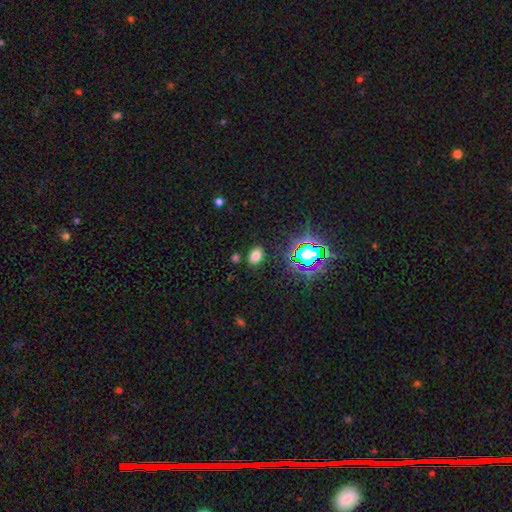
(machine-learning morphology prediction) Smooth or featured: smooth — 72% (star or artifact — 22%)
How rounded: in between — 84% (round — 15%)
Merging: none — 86% (minor disturbance — 8%)